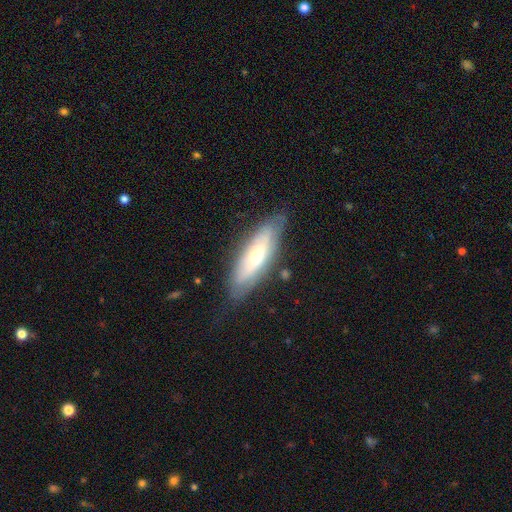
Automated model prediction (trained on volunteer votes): smooth-or-featured: featured or disk: 51% | smooth: 43% | star or artifact: 6%
  disk-edge-on: no: 54% | yes: 46%
  merging: none: 75% | minor disturbance: 18% | major disturbance: 5% | merger: 2%